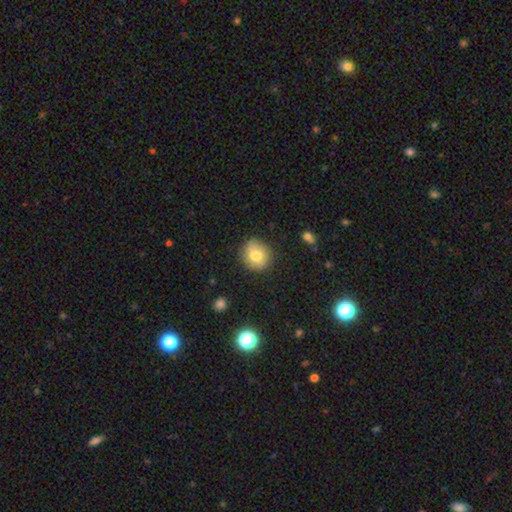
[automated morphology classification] Overall: smooth (73%). How rounded: round (80%). Merging: none (79%).